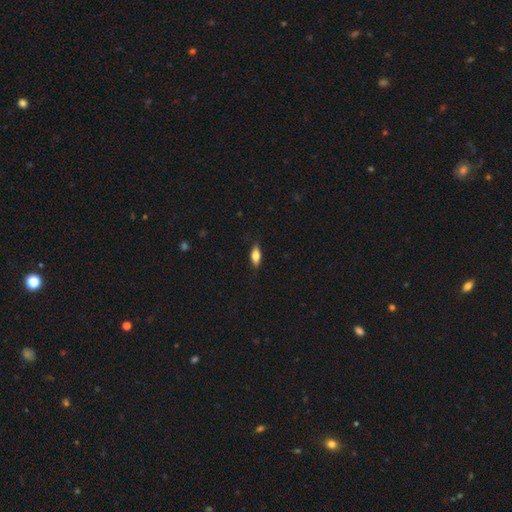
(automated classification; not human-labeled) This is likely a smooth galaxy (69%). How rounded: likely in between (75%). Merging: clearly none (85%).